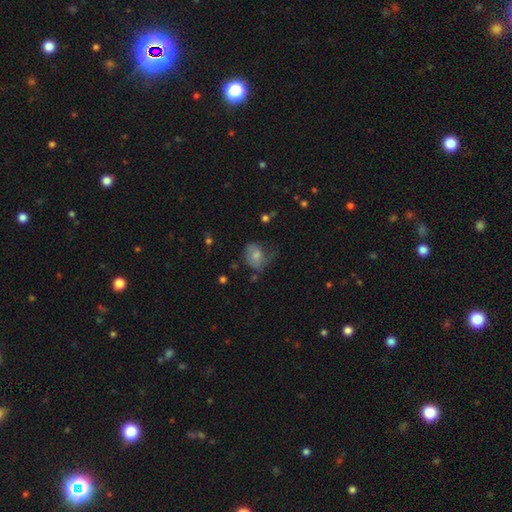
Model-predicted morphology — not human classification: Overall: smooth (62%; featured or disk 29%). How rounded: in between (57%; round 42%). Merging: none (35%; minor disturbance 32%).